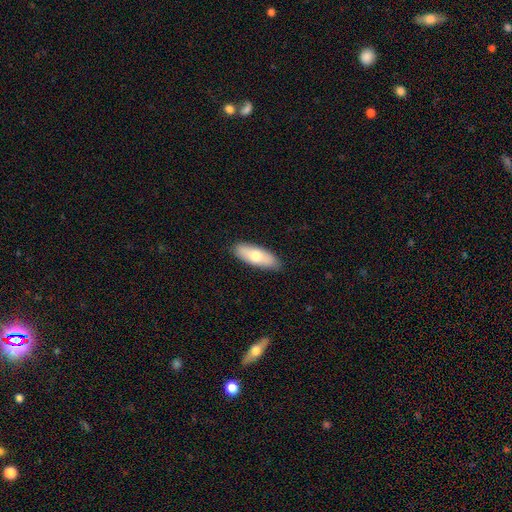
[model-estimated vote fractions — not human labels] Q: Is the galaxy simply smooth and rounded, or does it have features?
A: smooth — 70%.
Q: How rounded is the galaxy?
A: in between — 66%.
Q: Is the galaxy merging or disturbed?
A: none — 87%.